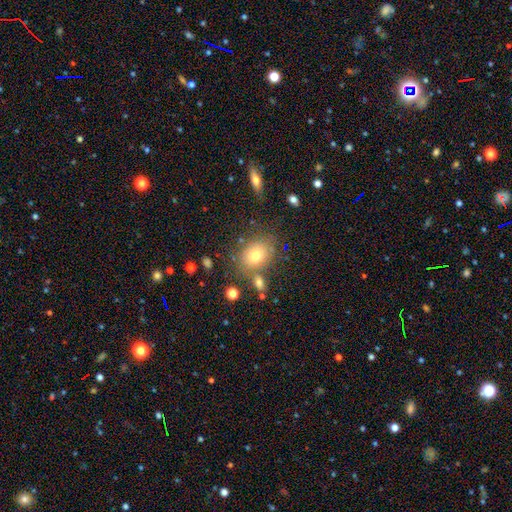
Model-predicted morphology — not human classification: This is likely a smooth galaxy (75%). How rounded: possibly in between (56%). Merging: likely none (69%).